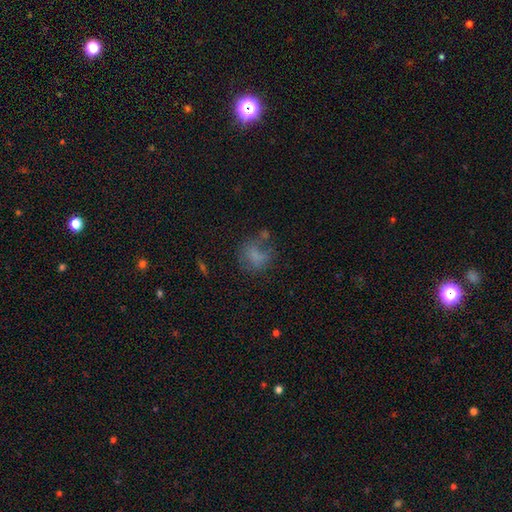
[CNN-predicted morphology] Overall: smooth (64%). How rounded: round (61%; in between 38%). Merging: none (47%; minor disturbance 22%).